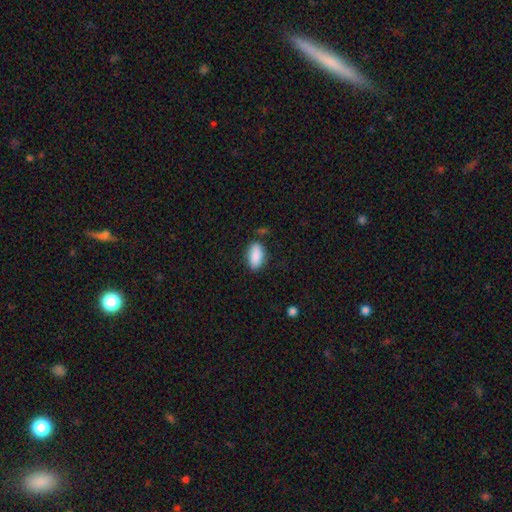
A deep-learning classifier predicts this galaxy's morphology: Smooth or featured: smooth — 89% (star or artifact — 7%)
How rounded: in between — 91% (cigar-shaped — 6%)
Merging: none — 81% (minor disturbance — 13%)